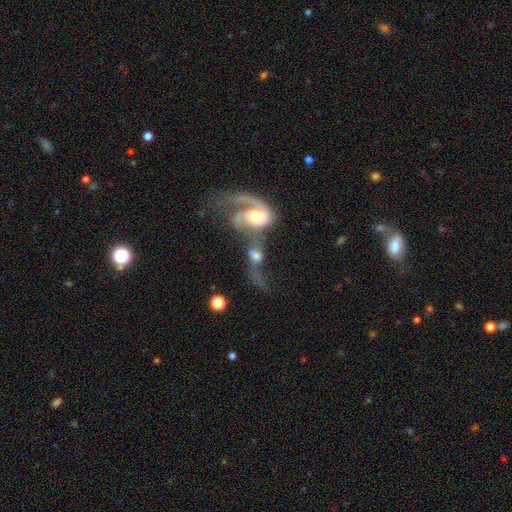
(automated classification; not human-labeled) Smooth or featured?
  - featured or disk: 59% *
  - smooth: 32%
  - star or artifact: 9%
Edge-on disk?
  - no: 93% *
  - yes: 7%
Bar?
  - no: 60% *
  - weak: 30%
  - strong: 9%
Spiral arms?
  - yes: 77% *
  - no: 23%
Bulge size?
  - moderate: 49% *
  - large: 31%
  - small: 11%
  - none: 5%
  - dominant: 4%
Merging?
  - merger: 75% *
  - major disturbance: 12%
  - none: 8%
  - minor disturbance: 5%